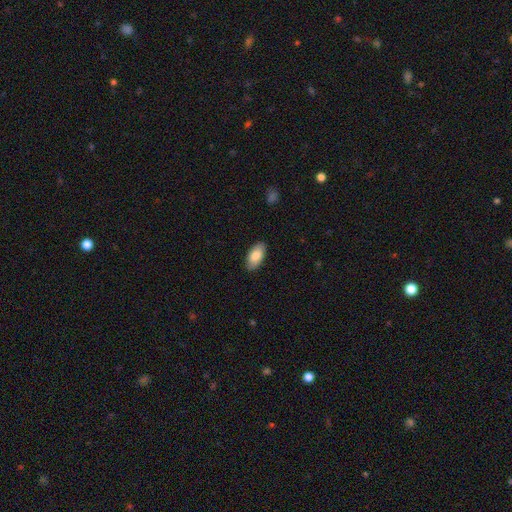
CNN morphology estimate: Smooth or featured: smooth — 83% (featured or disk — 11%)
How rounded: in between — 94% (cigar-shaped — 4%)
Merging: none — 87% (minor disturbance — 10%)